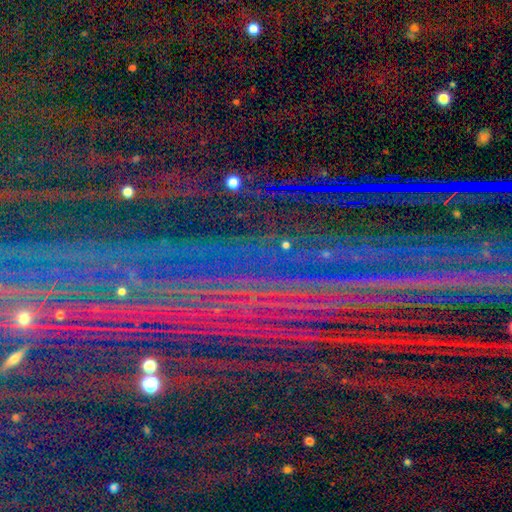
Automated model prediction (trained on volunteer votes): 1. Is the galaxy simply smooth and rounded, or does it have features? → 88% star or artifact, 7% featured or disk, 5% smooth.